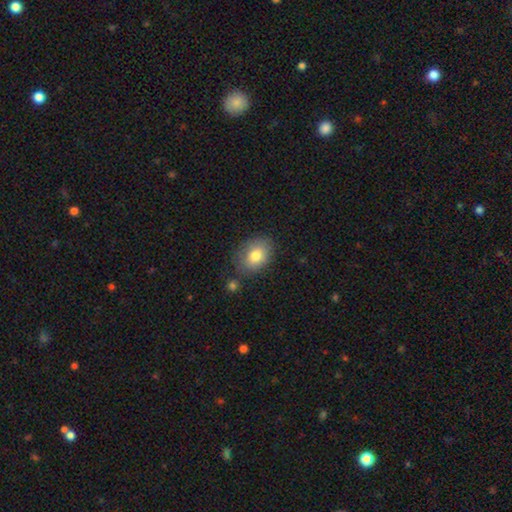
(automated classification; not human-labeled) Smooth or featured?
  - smooth: 80% *
  - featured or disk: 12%
  - star or artifact: 8%
How rounded?
  - in between: 73% *
  - round: 26%
  - cigar-shaped: 1%
Merging?
  - none: 74% *
  - minor disturbance: 16%
  - merger: 5%
  - major disturbance: 4%